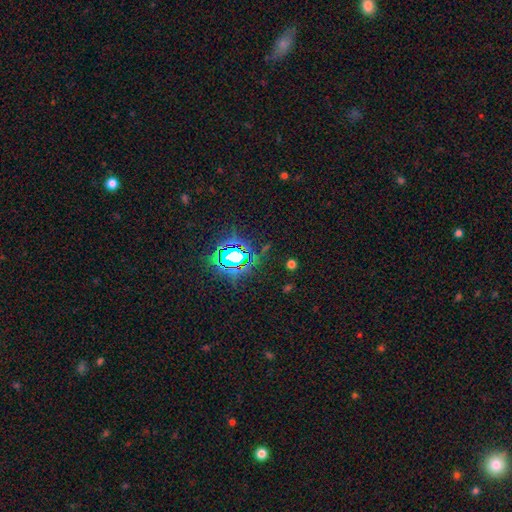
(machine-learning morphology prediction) Smooth or featured?
  - star or artifact: 79% *
  - smooth: 13%
  - featured or disk: 8%